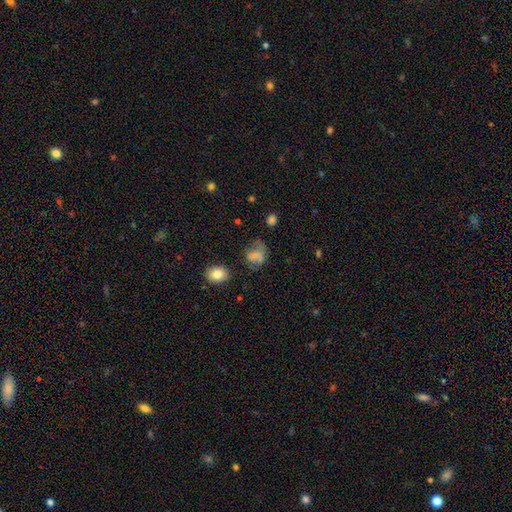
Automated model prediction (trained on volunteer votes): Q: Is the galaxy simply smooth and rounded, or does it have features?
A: smooth — 61%.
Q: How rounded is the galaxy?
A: in between — 57%.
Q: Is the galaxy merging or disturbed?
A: none — 45%.